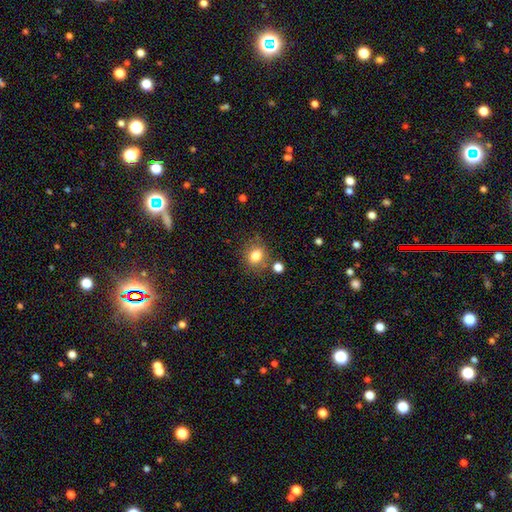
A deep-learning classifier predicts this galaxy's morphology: type=smooth (80%); roundness=round (66%); merging=none (73%).